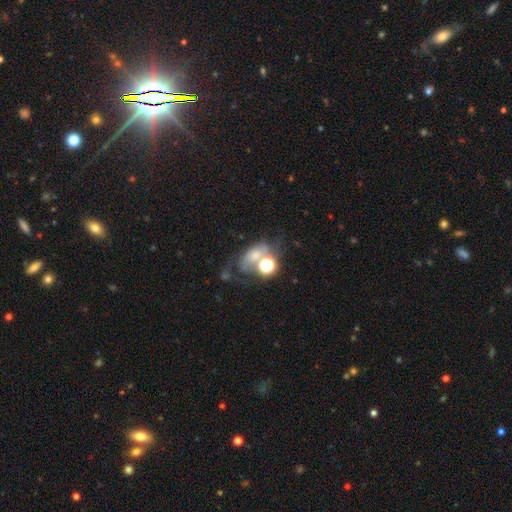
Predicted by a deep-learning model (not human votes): smooth-or-featured: smooth: 41% | featured or disk: 37% | star or artifact: 22%
  merging: none: 29% | merger: 28% | major disturbance: 27% | minor disturbance: 16%